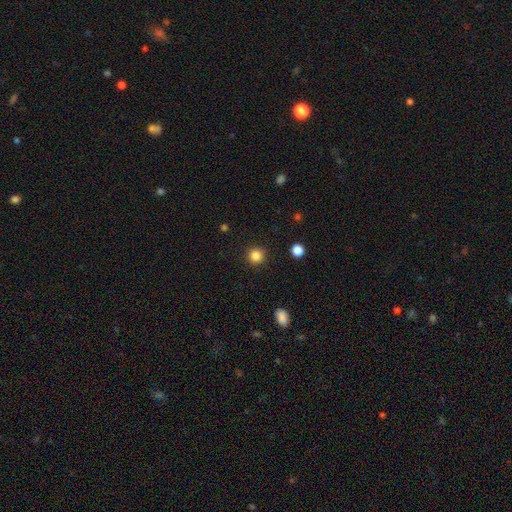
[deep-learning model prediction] smooth_or_featured: smooth (p=0.85) [alt: star or artifact p=0.12]
how_rounded: round (p=0.94) [alt: in between p=0.05]
merging: none (p=0.92) [alt: minor disturbance p=0.05]